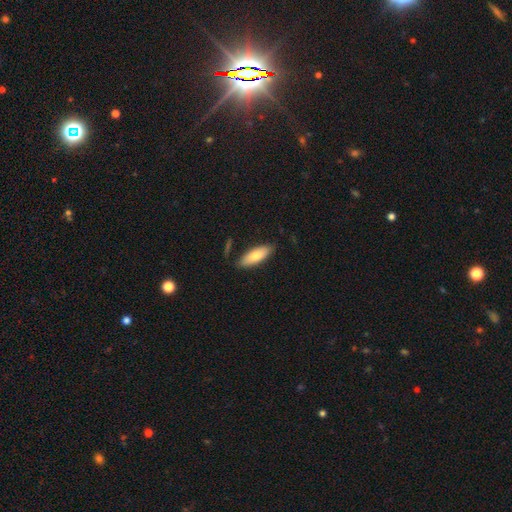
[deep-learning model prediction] Smooth or featured?
  - smooth: 79% *
  - featured or disk: 16%
  - star or artifact: 6%
How rounded?
  - in between: 66% *
  - cigar-shaped: 32%
  - round: 2%
Merging?
  - none: 83% *
  - minor disturbance: 12%
  - major disturbance: 2%
  - merger: 2%